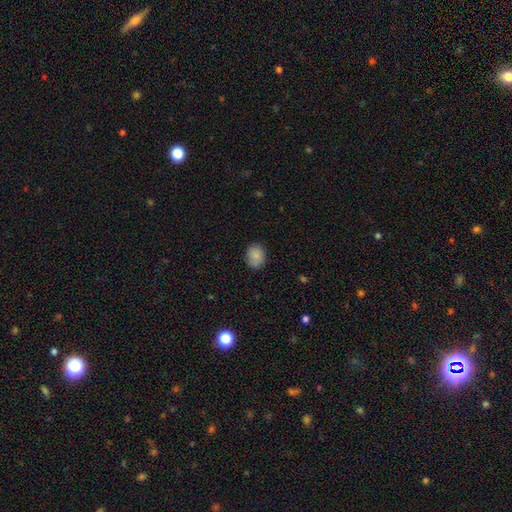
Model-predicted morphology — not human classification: smooth_or_featured: smooth (p=0.85) [alt: star or artifact p=0.08]
how_rounded: in between (p=0.58) [alt: round p=0.41]
merging: none (p=0.83) [alt: minor disturbance p=0.13]